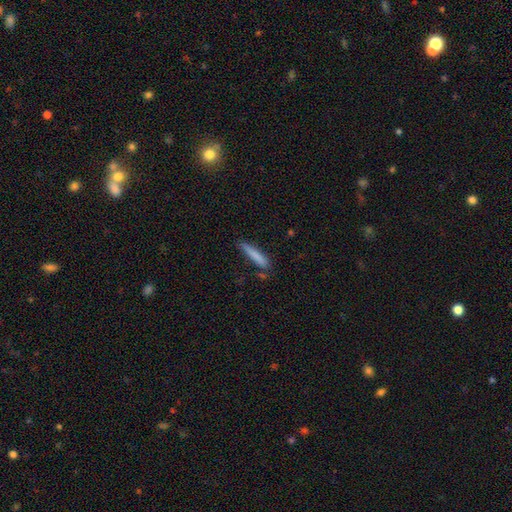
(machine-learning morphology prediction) type=smooth (79%); roundness=cigar-shaped (91%); merging=none (74%).